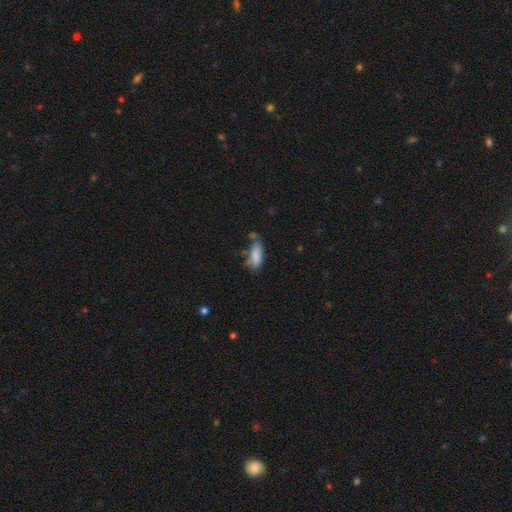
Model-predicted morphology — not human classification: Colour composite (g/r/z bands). It shows a smooth galaxy with no disk features (84%) that is in between round and cigar-shaped (72%). Merging: none (51%).